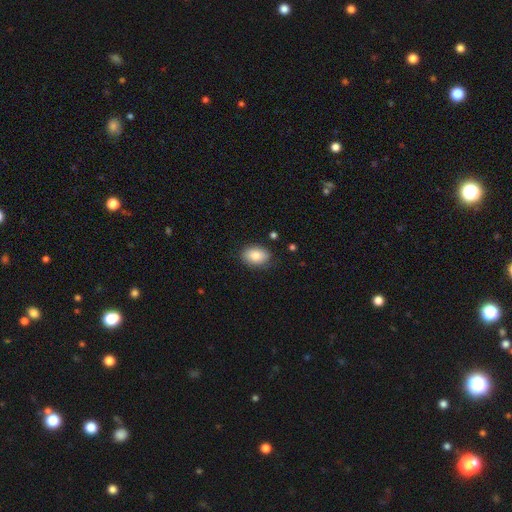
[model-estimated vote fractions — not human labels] Smooth or featured?
  - smooth: 83% *
  - featured or disk: 9%
  - star or artifact: 7%
How rounded?
  - in between: 84% *
  - round: 15%
  - cigar-shaped: 1%
Merging?
  - none: 81% *
  - minor disturbance: 15%
  - major disturbance: 3%
  - merger: 1%